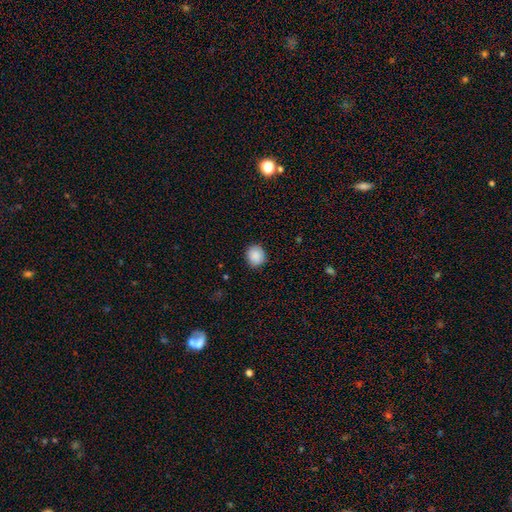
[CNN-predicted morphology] Overall: smooth (89%). How rounded: round (81%). Merging: none (88%).